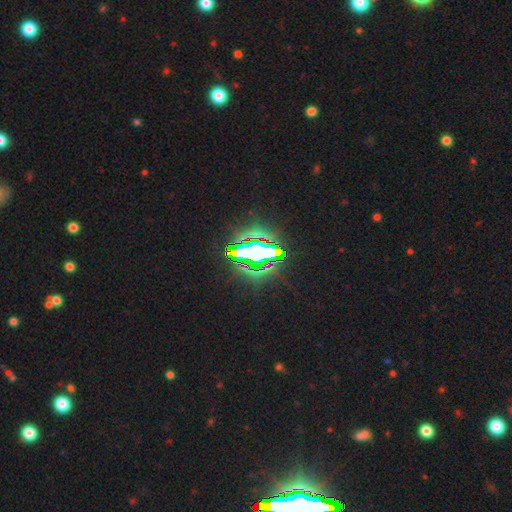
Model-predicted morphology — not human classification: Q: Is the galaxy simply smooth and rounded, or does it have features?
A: star or artifact — 73%.